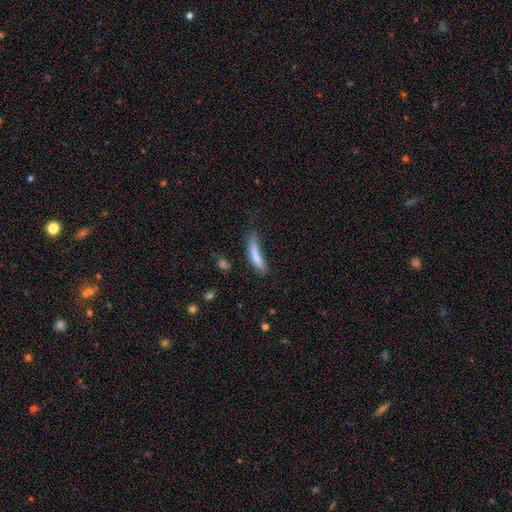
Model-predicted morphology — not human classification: Q: Smooth or featured?
A: smooth (78%); runner-up: featured or disk (15%)
Q: How rounded?
A: cigar-shaped (83%); runner-up: in between (15%)
Q: Merging?
A: none (42%); runner-up: minor disturbance (32%)